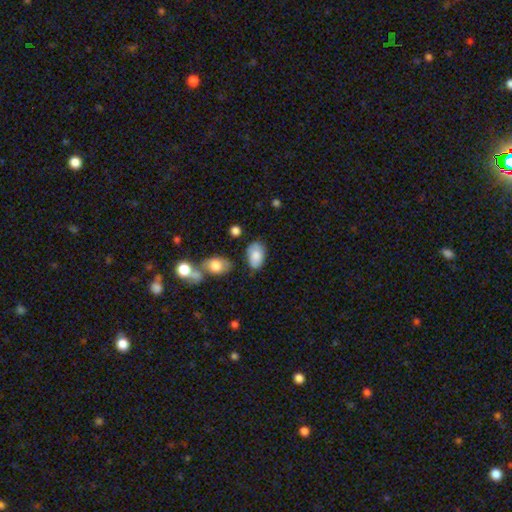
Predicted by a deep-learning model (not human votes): The model was most divided on "merging": none: 66%, minor disturbance: 21%, merger: 7%, major disturbance: 5%. More confident: how rounded — in between (91%); smooth or featured — smooth (81%).